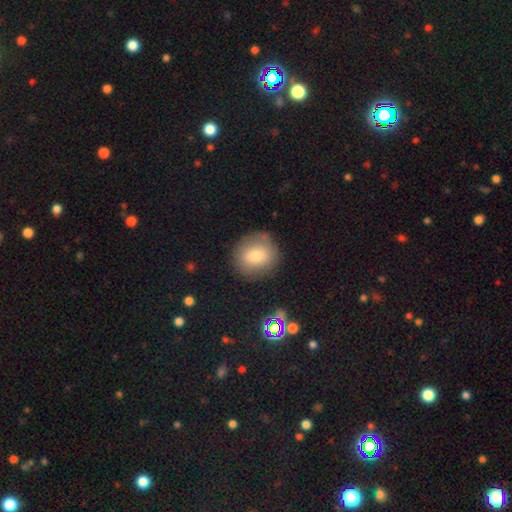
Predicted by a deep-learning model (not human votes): Morphology: type=smooth (74%); roundness=round (84%); merging=none (81%).